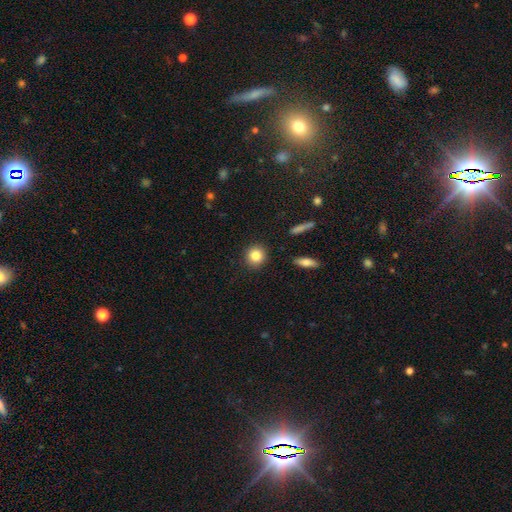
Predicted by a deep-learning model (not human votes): Smooth or featured?
  - smooth: 83% *
  - star or artifact: 9%
  - featured or disk: 7%
How rounded?
  - round: 91% *
  - in between: 8%
  - cigar-shaped: 1%
Merging?
  - none: 91% *
  - minor disturbance: 6%
  - major disturbance: 2%
  - merger: 2%